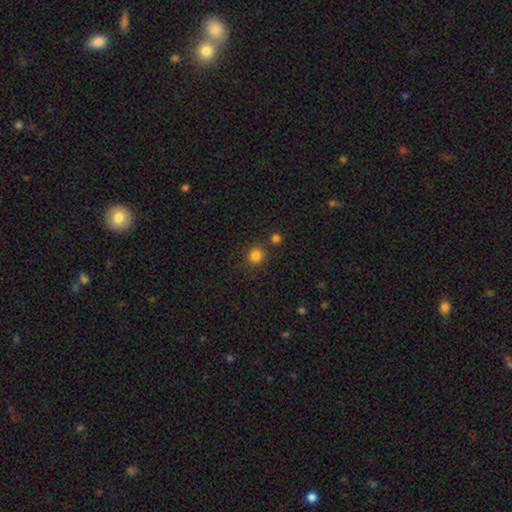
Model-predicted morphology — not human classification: Smooth or featured?
  - smooth: 82% *
  - star or artifact: 14%
  - featured or disk: 4%
How rounded?
  - round: 91% *
  - in between: 8%
  - cigar-shaped: 1%
Merging?
  - none: 82% *
  - merger: 8%
  - minor disturbance: 8%
  - major disturbance: 3%